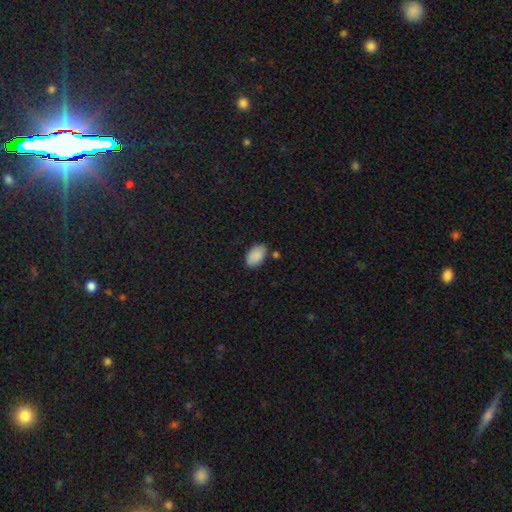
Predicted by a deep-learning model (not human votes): Overall: smooth (89%). How rounded: in between (93%). Merging: none (77%).